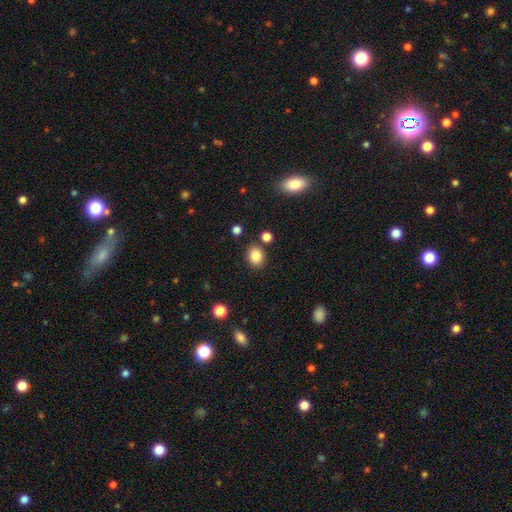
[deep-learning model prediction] The model was most divided on "how rounded": round: 53%, in between: 46%, cigar-shaped: 1%. More confident: smooth or featured — smooth (84%); merging — none (82%).